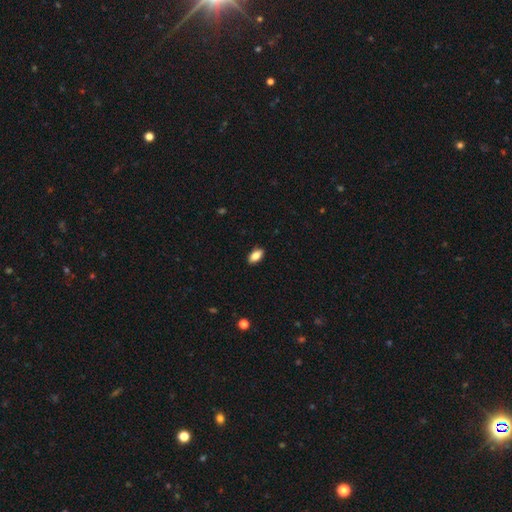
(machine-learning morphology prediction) type=smooth (83%); roundness=in between (90%); merging=none (89%).